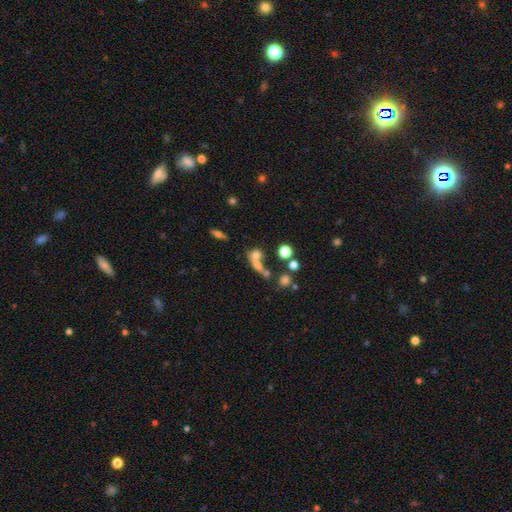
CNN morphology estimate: Q: Smooth or featured?
A: smooth (62%); runner-up: featured or disk (20%)
Q: How rounded?
A: round (59%); runner-up: in between (32%)
Q: Merging?
A: merger (50%); runner-up: none (32%)